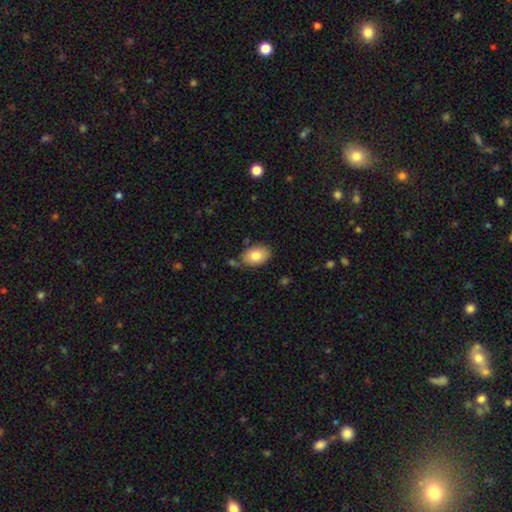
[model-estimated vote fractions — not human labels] Morphology: type=smooth (81%); roundness=in between (85%); merging=none (75%).